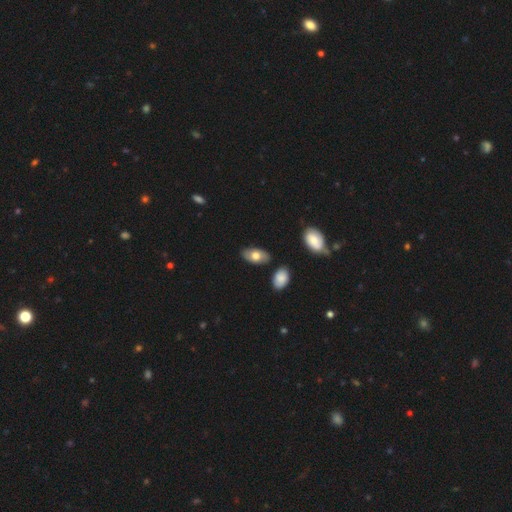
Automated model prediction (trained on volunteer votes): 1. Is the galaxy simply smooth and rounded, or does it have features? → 69% smooth, 25% featured or disk, 6% star or artifact.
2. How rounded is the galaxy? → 94% in between, 4% round, 2% cigar-shaped.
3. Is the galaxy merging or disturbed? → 80% none, 13% minor disturbance, 4% merger, 3% major disturbance.